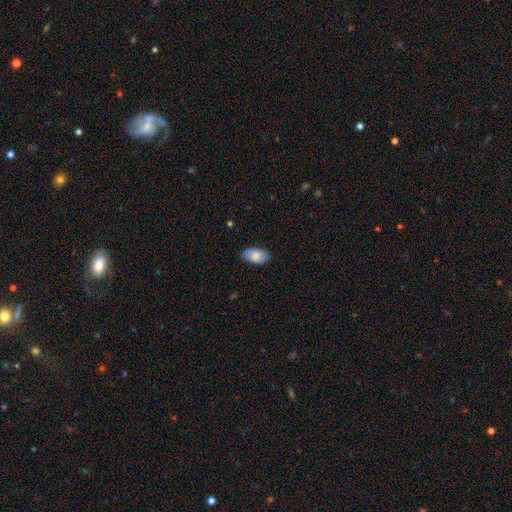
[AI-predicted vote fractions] smooth_or_featured: smooth (p=0.84) [alt: featured or disk p=0.10]
how_rounded: in between (p=0.94) [alt: round p=0.04]
merging: none (p=0.82) [alt: minor disturbance p=0.14]